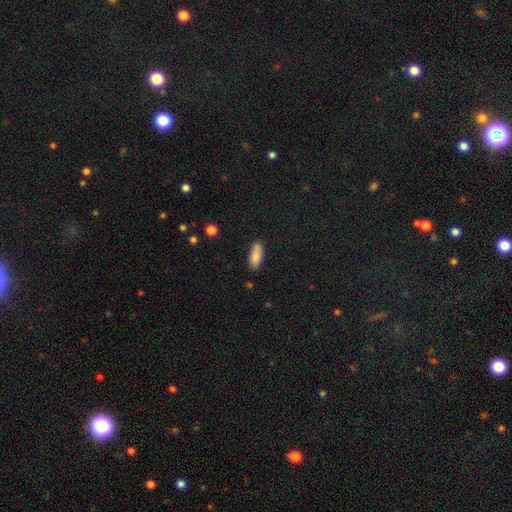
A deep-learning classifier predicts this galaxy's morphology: smooth 86%, featured or disk 7%, star or artifact 7%. Down the decision tree: how rounded — in between (73%); merging — none (80%).